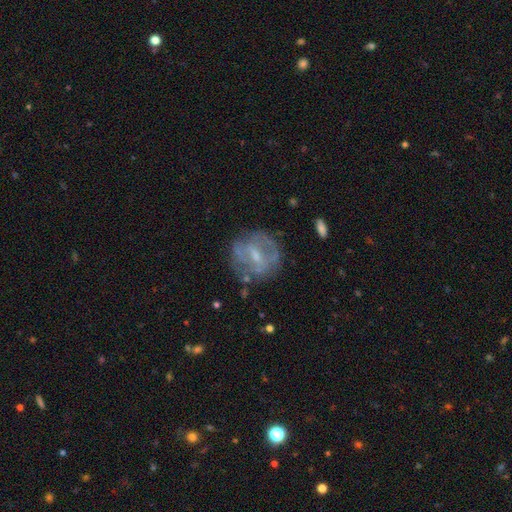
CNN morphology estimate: featured or disk 65%, smooth 26%, star or artifact 9%. Down the decision tree: edge-on disk — no (95%); bar — weak (49%); spiral arms — no (55%); bulge size — small (49%); merging — none (68%).